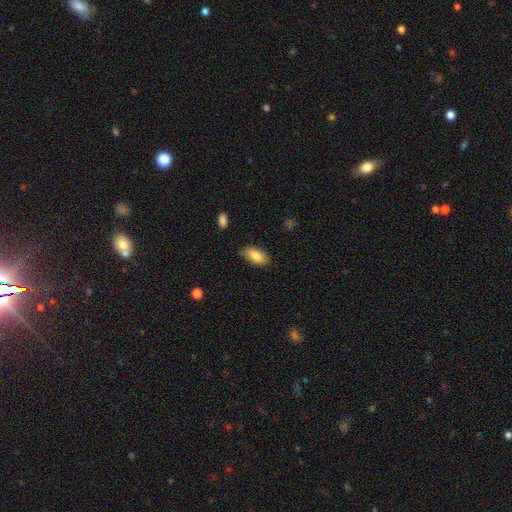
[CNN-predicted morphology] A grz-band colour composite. It shows a smooth galaxy with no disk features (84%) that is in between round and cigar-shaped (91%). Merging: none (81%).